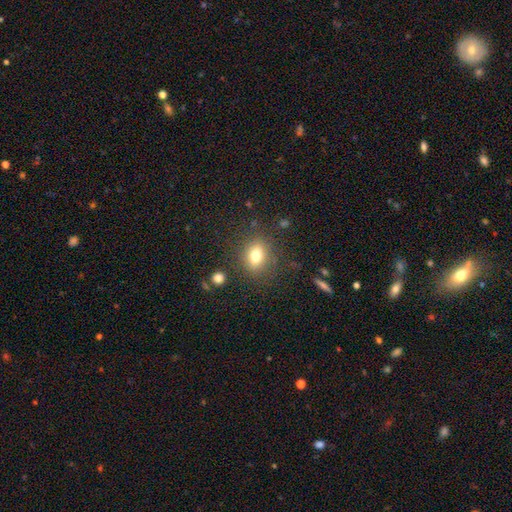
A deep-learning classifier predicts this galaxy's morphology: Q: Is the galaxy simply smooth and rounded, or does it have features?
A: smooth — 76%.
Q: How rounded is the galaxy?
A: in between — 50%.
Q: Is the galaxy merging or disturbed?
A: none — 82%.